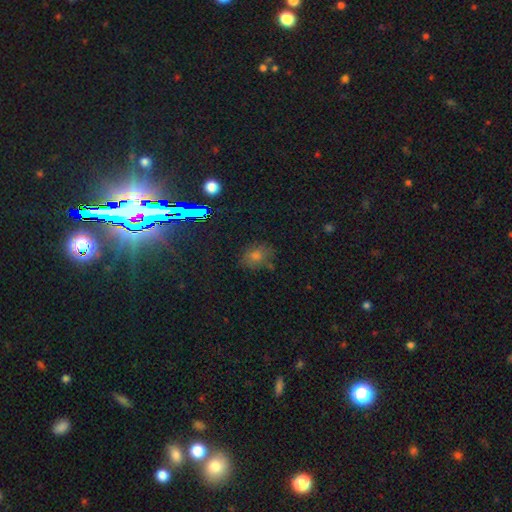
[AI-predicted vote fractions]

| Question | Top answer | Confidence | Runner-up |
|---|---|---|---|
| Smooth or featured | smooth | 59% | star or artifact (29%) |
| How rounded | in between | 50% | round (48%) |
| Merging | none | 75% | minor disturbance (17%) |